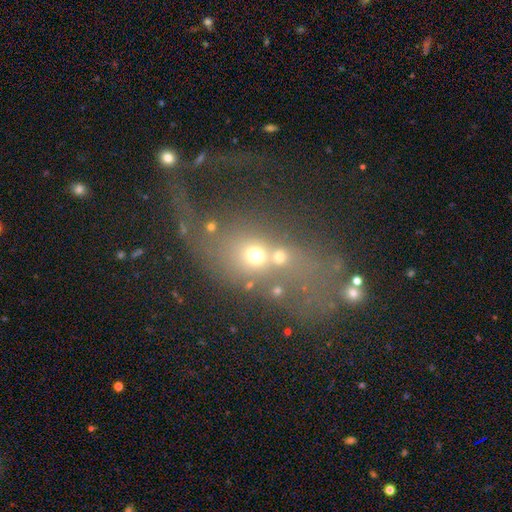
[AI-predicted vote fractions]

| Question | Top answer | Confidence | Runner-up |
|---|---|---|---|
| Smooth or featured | smooth | 41% | featured or disk (33%) |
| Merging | merger | 42% | none (26%) |